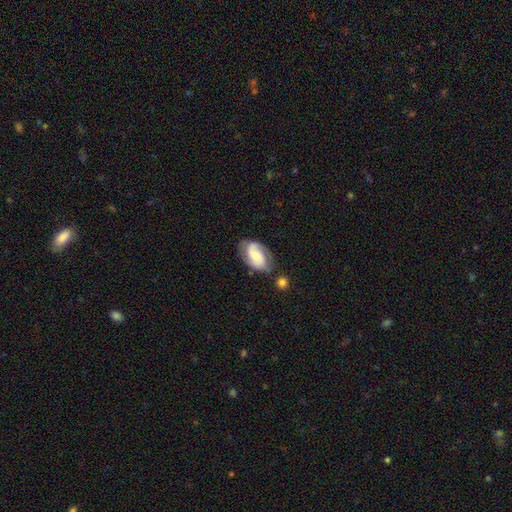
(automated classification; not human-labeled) Smooth or featured? featured or disk (59%)
Edge-on disk? no (96%)
Bar? no (55%)
Spiral arms? yes (89%)
Spiral winding? medium (43%)
Spiral arm count? 2 (74%)
Bulge size? small (44%)
Merging? none (59%)